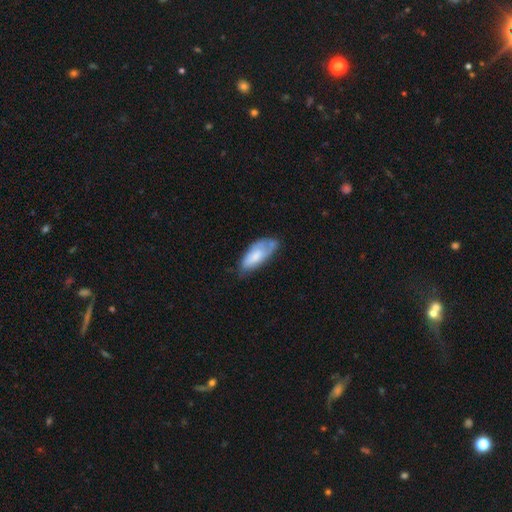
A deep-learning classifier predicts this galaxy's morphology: type=smooth (69%); roundness=in between (82%); merging=none (48%).